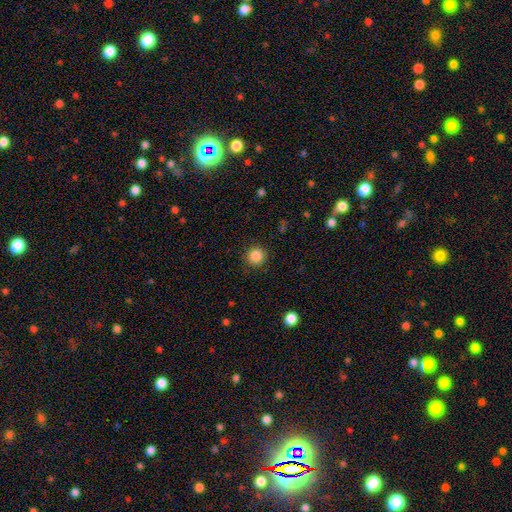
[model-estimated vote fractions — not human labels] A smooth galaxy with no disk features (86%) that is round (94%). Merging: none (90%).